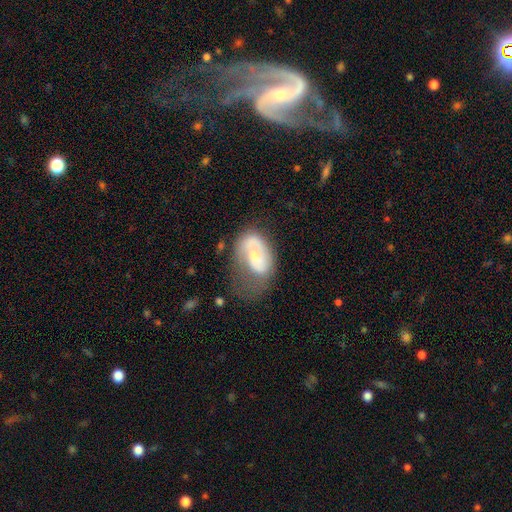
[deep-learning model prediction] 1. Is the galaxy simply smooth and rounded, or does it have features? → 56% featured or disk, 37% smooth, 7% star or artifact.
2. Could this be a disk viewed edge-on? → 96% no, 4% yes.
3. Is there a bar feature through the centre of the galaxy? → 70% no, 25% weak, 5% strong.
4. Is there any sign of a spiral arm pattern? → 70% yes, 30% no.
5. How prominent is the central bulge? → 49% small, 37% moderate, 7% none, 6% large, 2% dominant.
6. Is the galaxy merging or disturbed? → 41% major disturbance, 28% none, 26% minor disturbance, 5% merger.